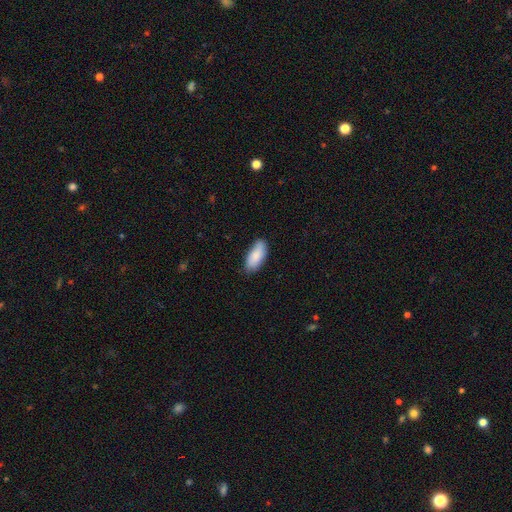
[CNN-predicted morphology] A smooth galaxy with no disk features (87%) that is in between round and cigar-shaped (86%).

Vote fractions:
- Smooth or featured? smooth: 87% / featured or disk: 8% / star or artifact: 6%
- How rounded? in between: 86% / cigar-shaped: 12% / round: 2%
- Merging? none: 77% / minor disturbance: 19% / major disturbance: 3% / merger: 1%